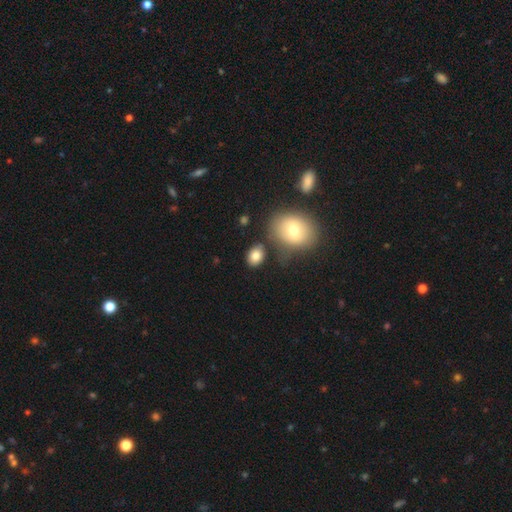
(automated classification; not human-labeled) Smooth or featured? smooth (82%)
How rounded? in between (65%)
Merging? none (74%)